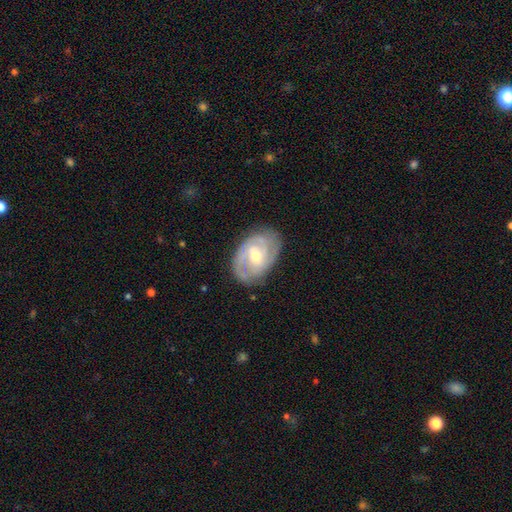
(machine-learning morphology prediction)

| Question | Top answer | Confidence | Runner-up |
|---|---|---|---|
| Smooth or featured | featured or disk | 81% | smooth (14%) |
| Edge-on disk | no | 96% | yes (4%) |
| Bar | weak | 49% | no (39%) |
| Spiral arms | yes | 92% | no (8%) |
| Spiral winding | tight | 54% | medium (36%) |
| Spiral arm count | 2 | 44% | can't tell (23%) |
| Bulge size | moderate | 62% | small (33%) |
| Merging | none | 76% | minor disturbance (17%) |